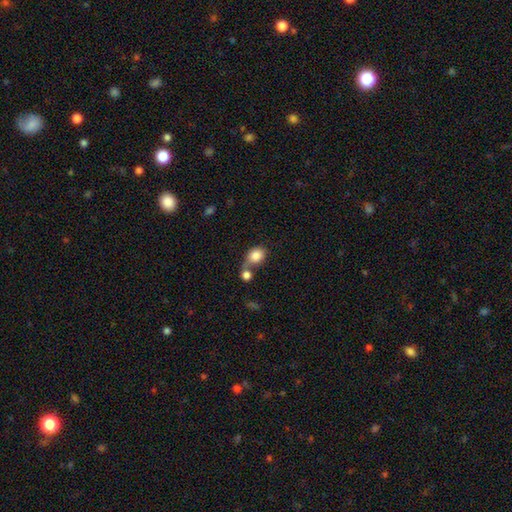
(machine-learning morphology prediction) Smooth or featured?
  - smooth: 83% *
  - featured or disk: 8%
  - star or artifact: 8%
How rounded?
  - round: 53% *
  - in between: 46%
  - cigar-shaped: 1%
Merging?
  - merger: 45% *
  - none: 35%
  - minor disturbance: 13%
  - major disturbance: 7%